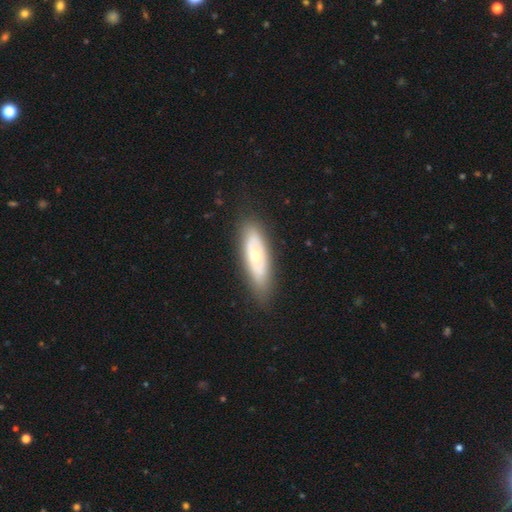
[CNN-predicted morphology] A featured or disk galaxy (58%).

Vote fractions:
- Smooth or featured? featured or disk: 58% / smooth: 36% / star or artifact: 5%
- Edge-on disk? no: 75% / yes: 25%
- Merging? none: 80% / minor disturbance: 14% / major disturbance: 4% / merger: 1%